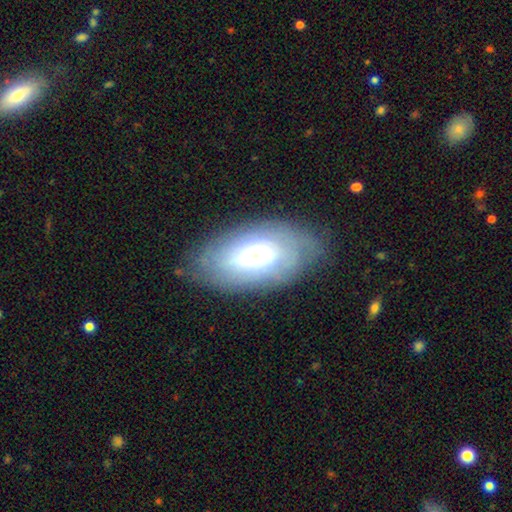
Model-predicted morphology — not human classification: Smooth or featured?
  - smooth: 50% *
  - featured or disk: 40%
  - star or artifact: 9%
How rounded?
  - in between: 91% *
  - round: 6%
  - cigar-shaped: 3%
Merging?
  - none: 71% *
  - minor disturbance: 19%
  - major disturbance: 8%
  - merger: 2%